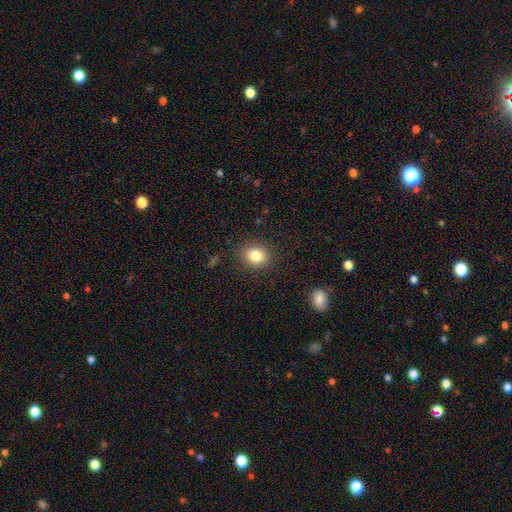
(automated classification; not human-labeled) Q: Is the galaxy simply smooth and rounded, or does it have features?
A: smooth — 83%.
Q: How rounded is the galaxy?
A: round — 70%.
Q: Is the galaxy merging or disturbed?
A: none — 89%.